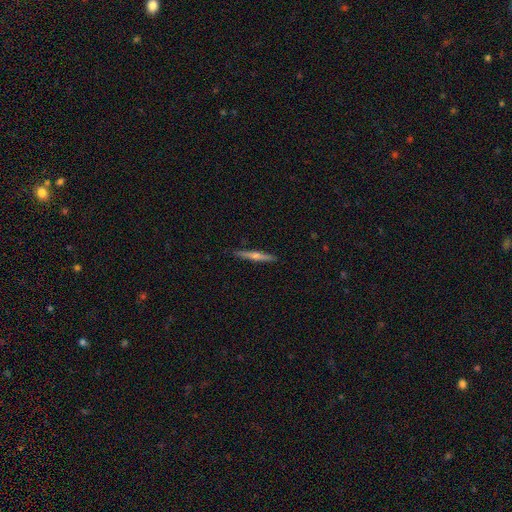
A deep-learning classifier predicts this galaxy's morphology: smooth_or_featured: featured or disk (p=0.60) [alt: smooth p=0.34]
disk_edge_on: yes (p=0.98) [alt: no p=0.02]
edge_on_bulge: rounded (p=0.82) [alt: none p=0.14]
merging: none (p=0.91) [alt: minor disturbance p=0.06]